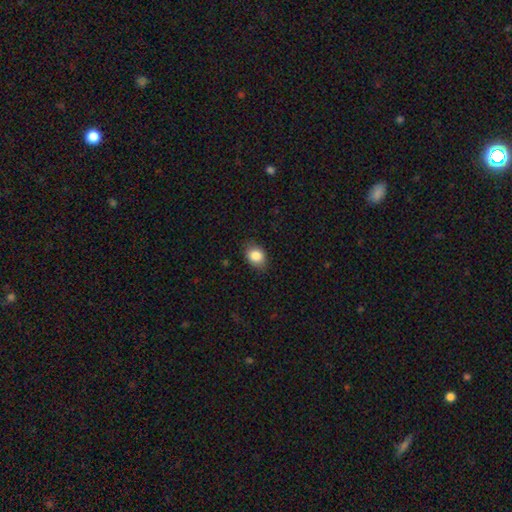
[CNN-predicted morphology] A smooth galaxy with no disk features (85%) that is in between round and cigar-shaped (65%).

Vote fractions:
- Smooth or featured? smooth: 85% / star or artifact: 9% / featured or disk: 6%
- How rounded? in between: 65% / round: 34% / cigar-shaped: 1%
- Merging? none: 82% / minor disturbance: 14% / major disturbance: 3% / merger: 1%